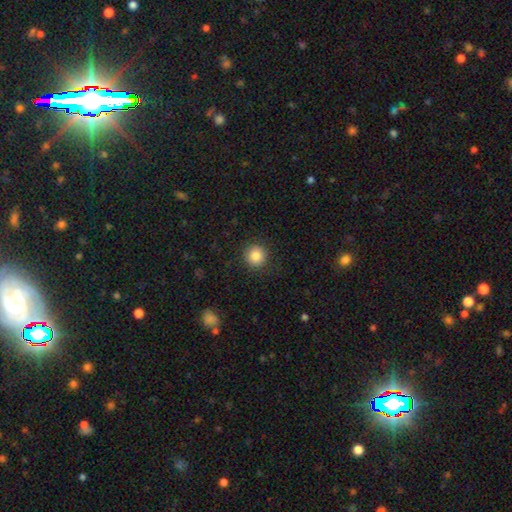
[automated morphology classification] Q: Smooth or featured?
A: smooth (85%); runner-up: star or artifact (10%)
Q: How rounded?
A: round (93%); runner-up: in between (6%)
Q: Merging?
A: none (90%); runner-up: minor disturbance (6%)